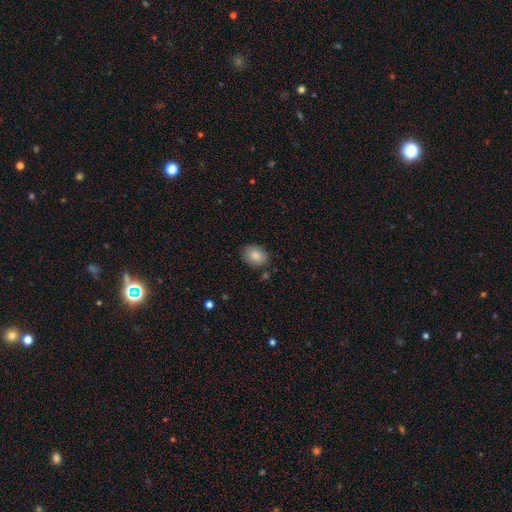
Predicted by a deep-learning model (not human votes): Overall: smooth (86%). How rounded: in between (69%; round 30%). Merging: none (84%).